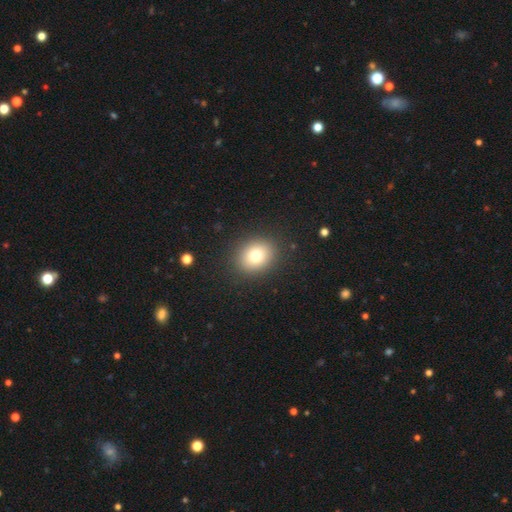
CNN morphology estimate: Q: Smooth or featured?
A: smooth (77%); runner-up: star or artifact (12%)
Q: How rounded?
A: round (66%); runner-up: in between (33%)
Q: Merging?
A: none (89%); runner-up: minor disturbance (7%)